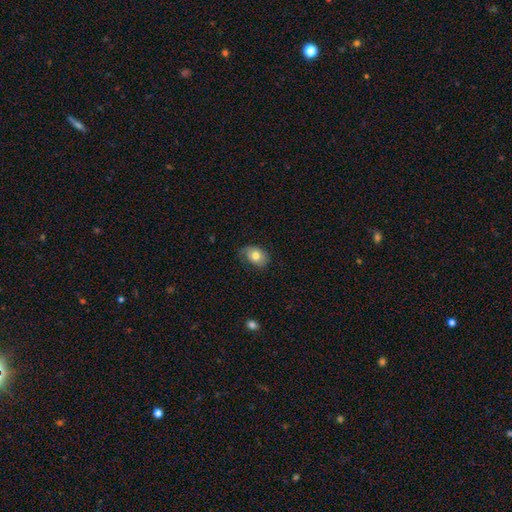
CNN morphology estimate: This appears to be a smooth galaxy with no disk features (75%) that is in between round and cigar-shaped (74%). Merging: none (66%).